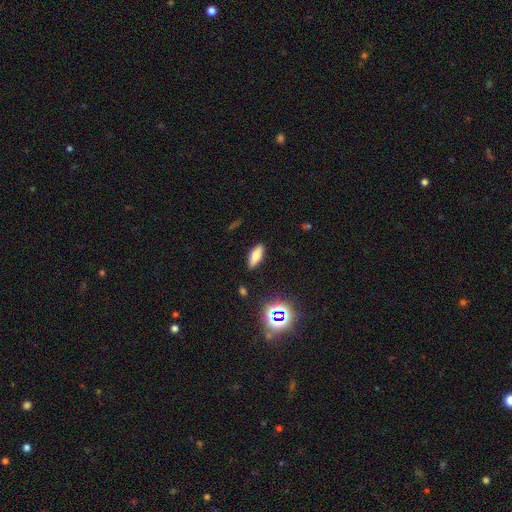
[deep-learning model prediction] A smooth galaxy with no disk features (62%) that is in between round and cigar-shaped (59%). Merging: none (88%).